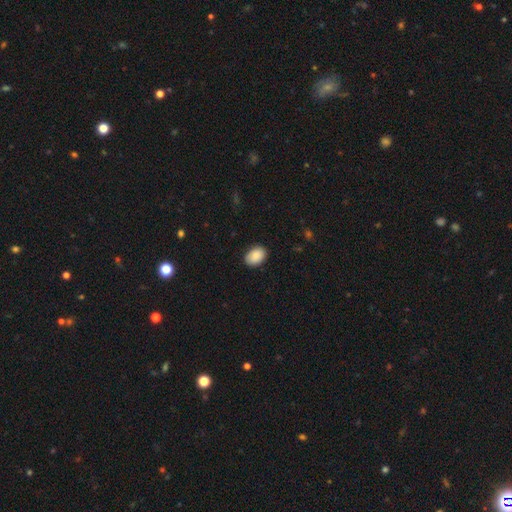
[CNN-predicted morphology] smooth_or_featured: smooth (p=0.88) [alt: star or artifact p=0.07]
how_rounded: in between (p=0.82) [alt: round p=0.17]
merging: none (p=0.87) [alt: minor disturbance p=0.10]